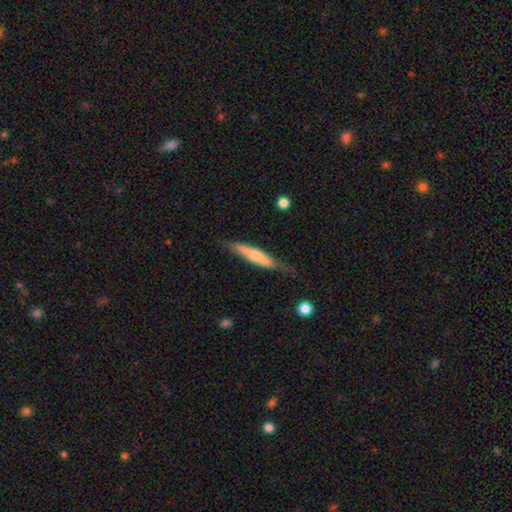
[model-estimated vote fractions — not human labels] The model was most divided on "smooth or featured": smooth: 51%, featured or disk: 44%, star or artifact: 5%. More confident: how rounded — cigar-shaped (84%); merging — none (64%).